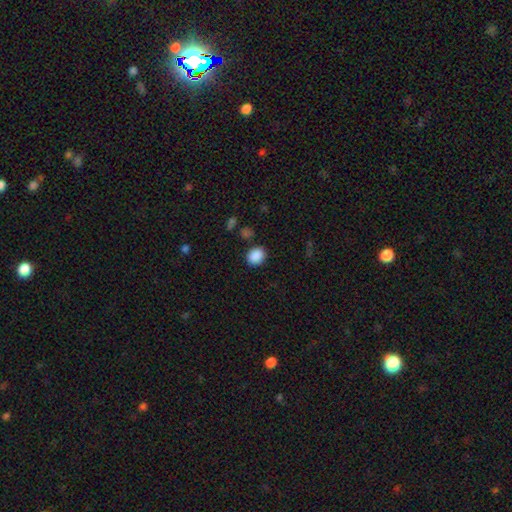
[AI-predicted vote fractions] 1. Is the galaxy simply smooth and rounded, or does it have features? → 88% smooth, 9% star or artifact, 3% featured or disk.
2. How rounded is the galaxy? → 56% round, 43% in between, 1% cigar-shaped.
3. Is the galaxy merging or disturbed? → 84% none, 10% minor disturbance, 3% major disturbance, 3% merger.